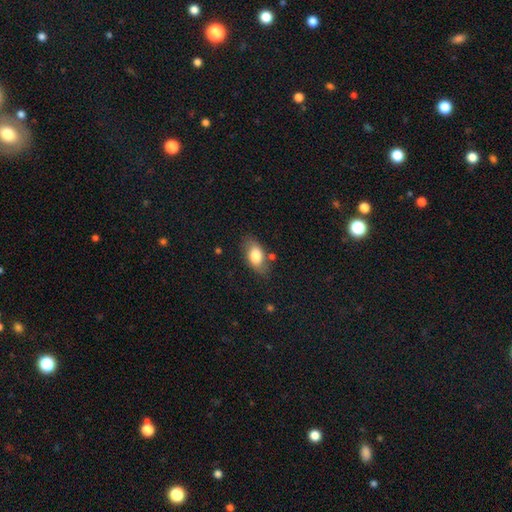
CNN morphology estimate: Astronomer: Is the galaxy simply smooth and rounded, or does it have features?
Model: smooth — 76%.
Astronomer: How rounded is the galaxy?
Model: in between — 90%.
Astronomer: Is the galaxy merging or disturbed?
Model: none — 73%.